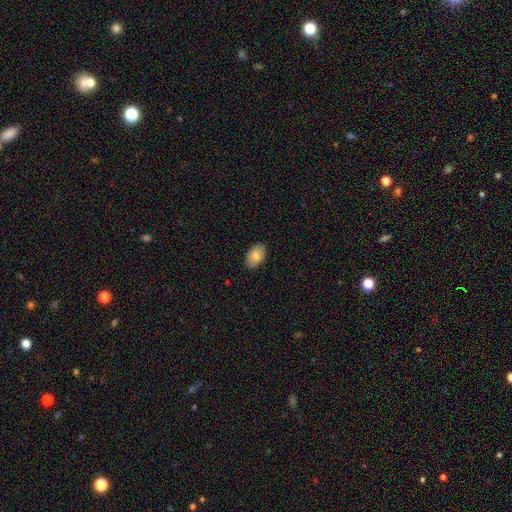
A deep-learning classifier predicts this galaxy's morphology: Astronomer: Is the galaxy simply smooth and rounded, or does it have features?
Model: smooth — 82%.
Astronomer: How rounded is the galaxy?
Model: in between — 91%.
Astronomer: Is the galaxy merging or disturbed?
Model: none — 88%.